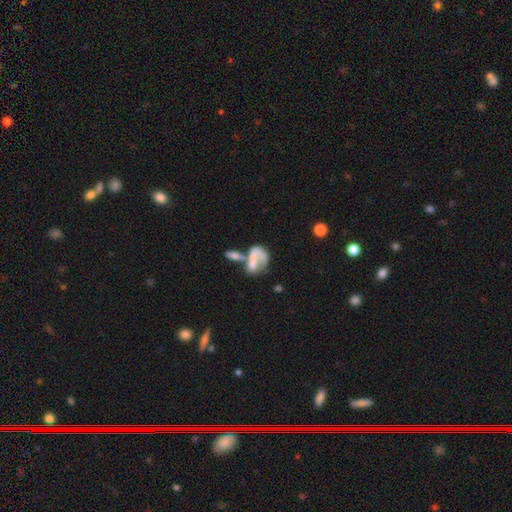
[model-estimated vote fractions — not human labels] Q: Smooth or featured?
A: smooth (46%); runner-up: featured or disk (44%)
Q: Merging?
A: merger (45%); runner-up: major disturbance (24%)